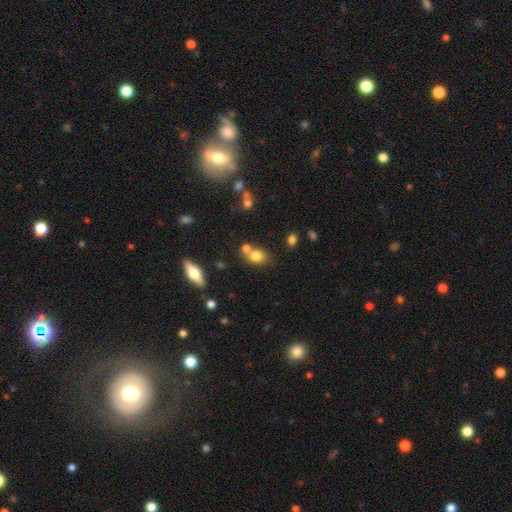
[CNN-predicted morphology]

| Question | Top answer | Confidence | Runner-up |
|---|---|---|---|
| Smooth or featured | smooth | 77% | star or artifact (11%) |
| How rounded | in between | 54% | round (44%) |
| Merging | none | 55% | merger (30%) |